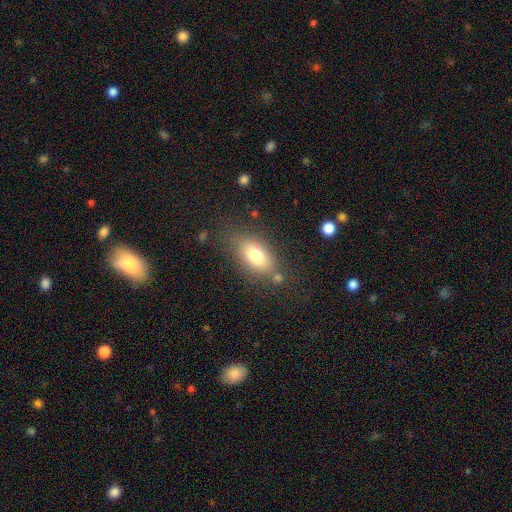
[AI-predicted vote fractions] The model was most divided on "merging": none: 72%, minor disturbance: 16%, merger: 6%, major disturbance: 6%. More confident: how rounded — in between (86%); smooth or featured — smooth (76%).